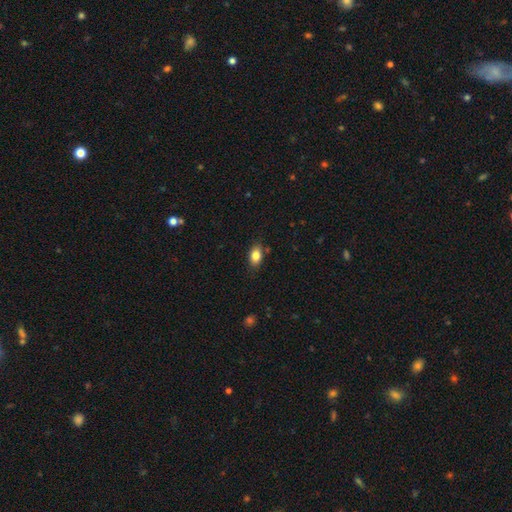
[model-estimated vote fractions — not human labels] A smooth galaxy with no disk features (83%) that is in between round and cigar-shaped (84%). Merging: none (81%).